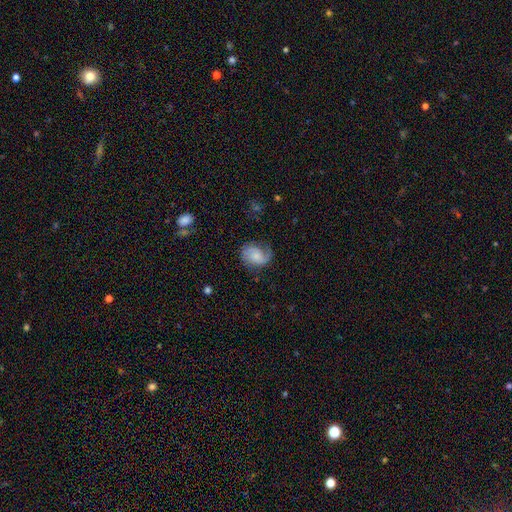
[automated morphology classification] Q: Smooth or featured?
A: featured or disk (56%); runner-up: smooth (36%)
Q: Edge-on disk?
A: no (97%); runner-up: yes (3%)
Q: Bar?
A: no (65%); runner-up: weak (30%)
Q: Spiral arms?
A: yes (91%); runner-up: no (9%)
Q: Bulge size?
A: small (45%); runner-up: moderate (29%)
Q: Merging?
A: none (57%); runner-up: minor disturbance (25%)